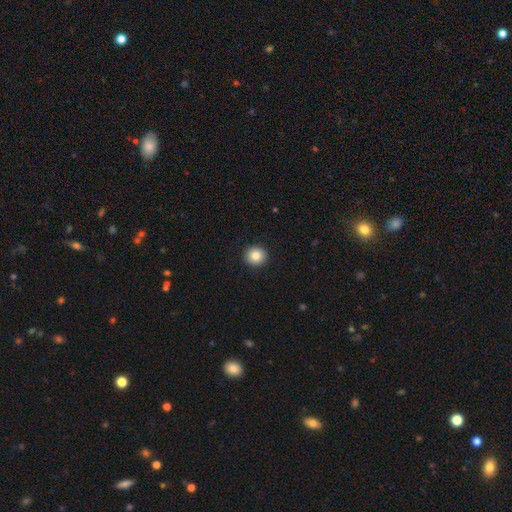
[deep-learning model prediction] This appears to be a smooth galaxy with no disk features (84%) that is round (93%). Merging: none (93%).